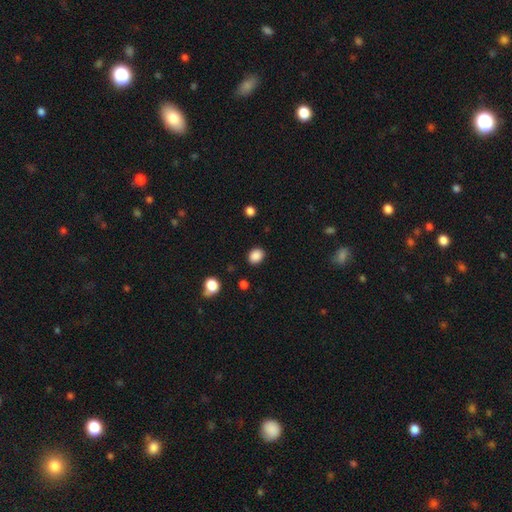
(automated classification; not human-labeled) smooth-or-featured: smooth: 87% | star or artifact: 10% | featured or disk: 3%
  how-rounded: round: 54% | in between: 45% | cigar-shaped: 1%
  merging: none: 87% | minor disturbance: 9% | major disturbance: 3% | merger: 2%